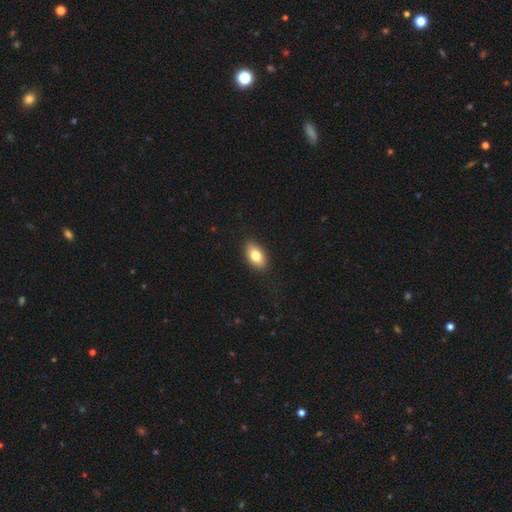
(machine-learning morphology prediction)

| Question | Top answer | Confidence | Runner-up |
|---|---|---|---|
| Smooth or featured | smooth | 80% | featured or disk (12%) |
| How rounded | in between | 90% | round (8%) |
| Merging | none | 87% | minor disturbance (10%) |